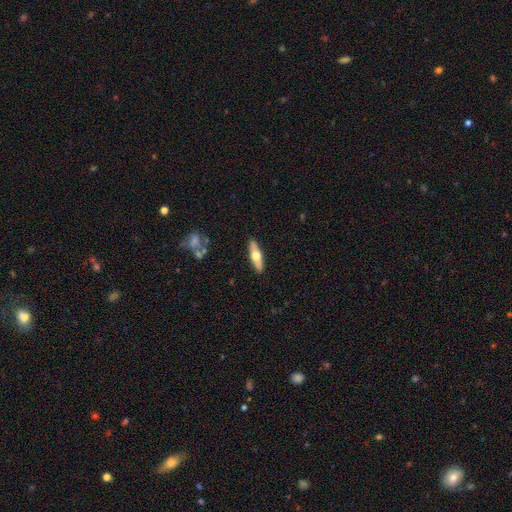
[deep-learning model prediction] Overall: featured or disk (49%; smooth 46%). Merging: none (88%).